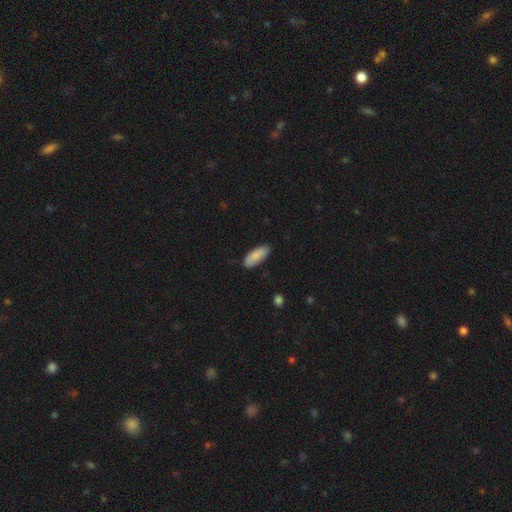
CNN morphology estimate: type=smooth (85%); roundness=in between (77%); merging=none (84%).